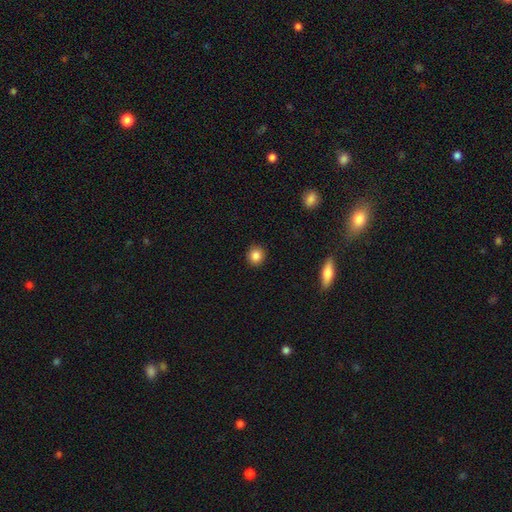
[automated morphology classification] Smooth or featured? Predicted: smooth (p=0.86). How rounded? Predicted: round (p=0.91). Merging? Predicted: none (p=0.91).